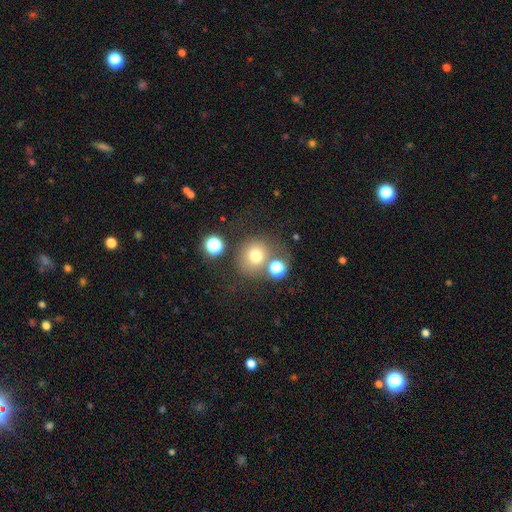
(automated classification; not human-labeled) Overall: smooth (72%). How rounded: round (87%). Merging: none (63%).